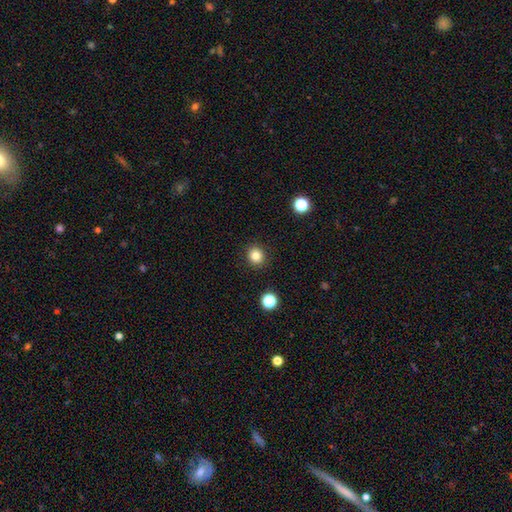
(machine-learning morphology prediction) smooth 82%, star or artifact 12%, featured or disk 5%. Down the decision tree: how rounded — round (86%); merging — none (91%).